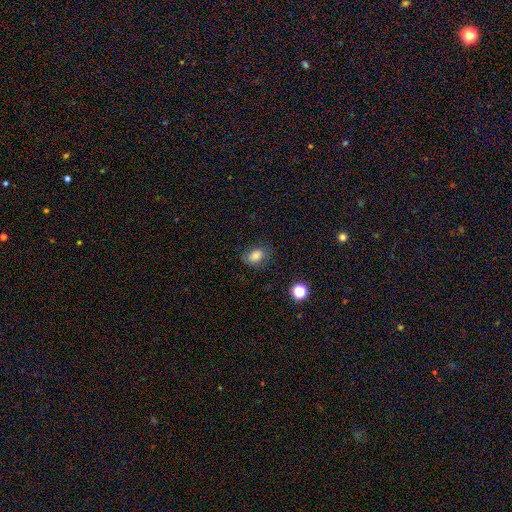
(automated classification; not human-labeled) The model was most divided on "merging": none: 67%, minor disturbance: 21%, major disturbance: 10%, merger: 2%. More confident: how rounded — in between (74%); smooth or featured — smooth (69%).